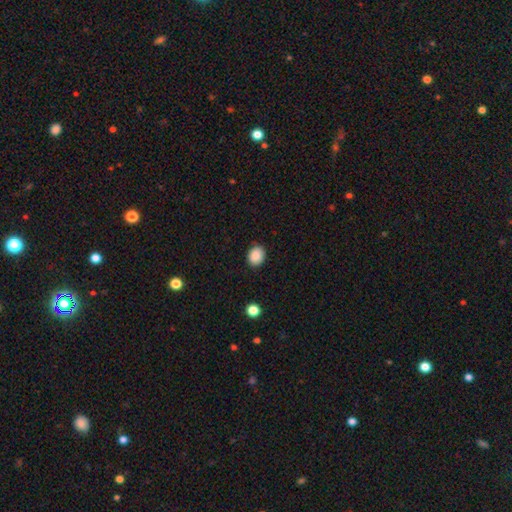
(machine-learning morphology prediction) Smooth or featured?
  - smooth: 89% *
  - star or artifact: 8%
  - featured or disk: 3%
How rounded?
  - round: 57% *
  - in between: 42%
  - cigar-shaped: 1%
Merging?
  - none: 87% *
  - minor disturbance: 10%
  - major disturbance: 2%
  - merger: 1%